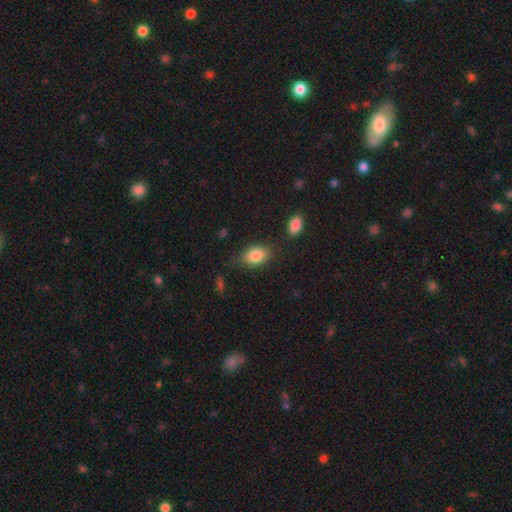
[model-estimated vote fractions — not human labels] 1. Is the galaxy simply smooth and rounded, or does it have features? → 83% smooth, 9% featured or disk, 8% star or artifact.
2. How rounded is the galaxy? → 84% in between, 14% round, 2% cigar-shaped.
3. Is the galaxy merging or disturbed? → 72% none, 18% minor disturbance, 5% major disturbance, 5% merger.